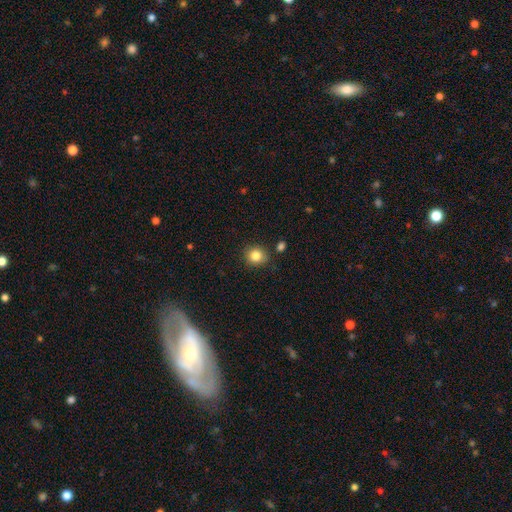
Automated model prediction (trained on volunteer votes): Smooth or featured?
  - smooth: 84% *
  - star or artifact: 11%
  - featured or disk: 6%
How rounded?
  - round: 82% *
  - in between: 17%
  - cigar-shaped: 1%
Merging?
  - none: 84% *
  - minor disturbance: 10%
  - merger: 3%
  - major disturbance: 2%